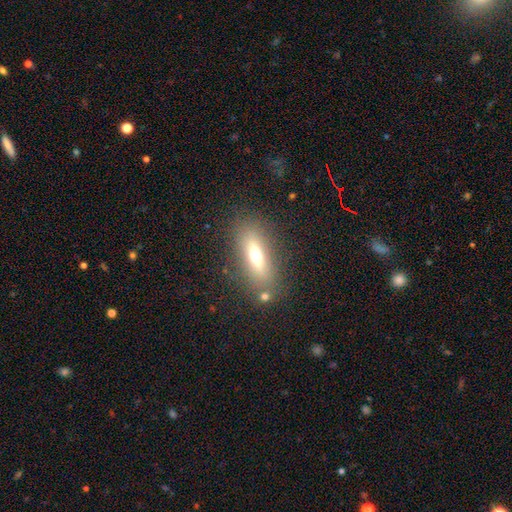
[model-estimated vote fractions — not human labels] Smooth or featured: smooth — 57% (featured or disk — 32%)
How rounded: in between — 54% (cigar-shaped — 42%)
Merging: none — 79% (minor disturbance — 11%)